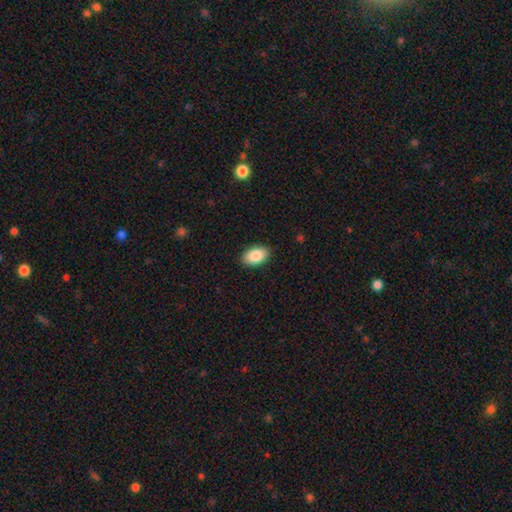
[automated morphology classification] This is clearly a smooth galaxy (87%). How rounded: clearly in between (93%). Merging: clearly none (88%).